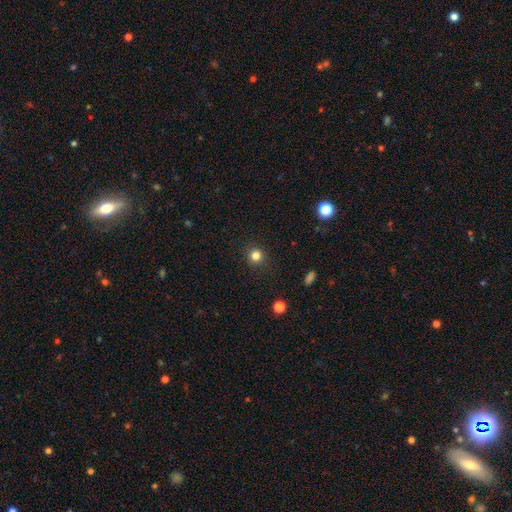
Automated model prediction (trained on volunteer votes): smooth_or_featured: smooth (p=0.81) [alt: star or artifact p=0.14]
how_rounded: round (p=0.92) [alt: in between p=0.07]
merging: none (p=0.90) [alt: minor disturbance p=0.06]